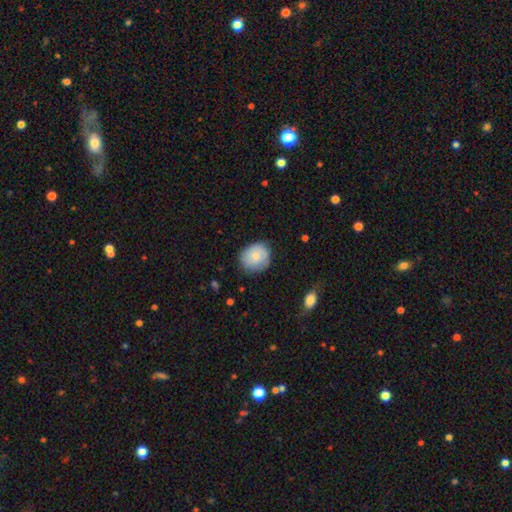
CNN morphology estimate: A smooth galaxy with no disk features (69%) that is round (73%).

Vote fractions:
- Smooth or featured? smooth: 69% / featured or disk: 23% / star or artifact: 7%
- How rounded? round: 73% / in between: 26% / cigar-shaped: 1%
- Merging? none: 75% / minor disturbance: 19% / major disturbance: 4% / merger: 1%